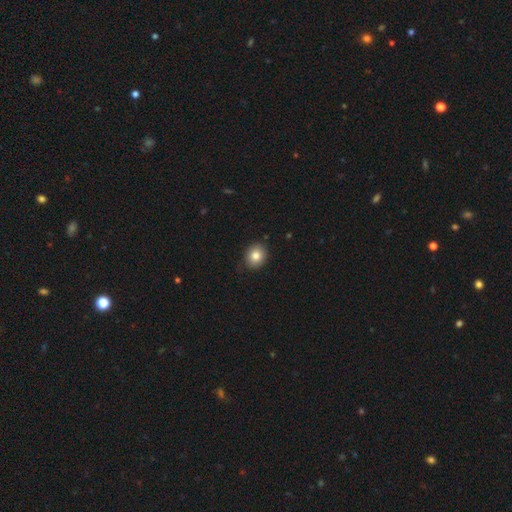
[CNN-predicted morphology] This appears to be a smooth galaxy with no disk features (82%) that is round (67%). Merging: none (86%).